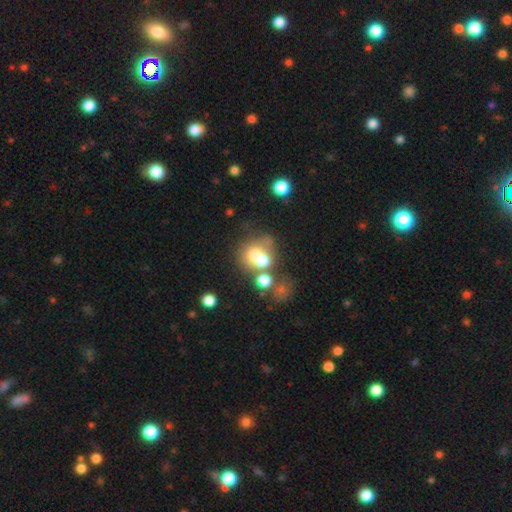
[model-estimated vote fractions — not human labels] Smooth or featured: smooth — 60% (featured or disk — 25%)
How rounded: round — 73% (in between — 26%)
Merging: merger — 51% (none — 32%)